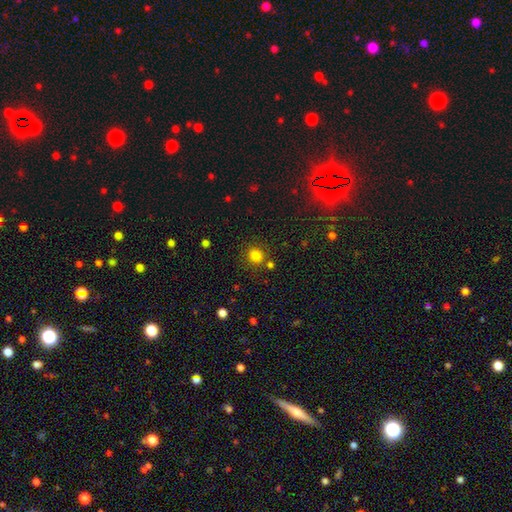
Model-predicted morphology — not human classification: smooth 81%, star or artifact 14%, featured or disk 5%. Down the decision tree: how rounded — round (83%); merging — none (79%).